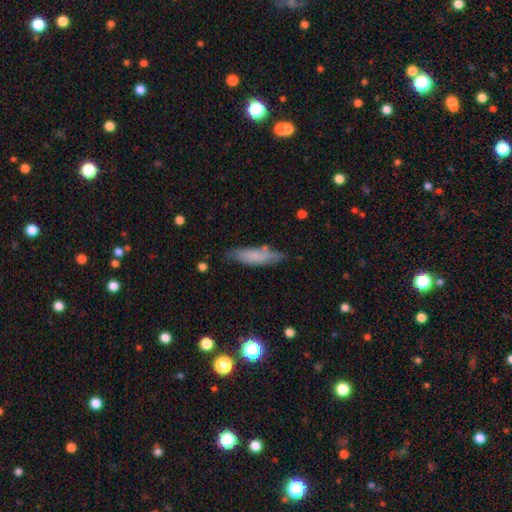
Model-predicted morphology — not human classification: smooth 68%, featured or disk 24%, star or artifact 8%. Down the decision tree: how rounded — cigar-shaped (62%); merging — none (70%).